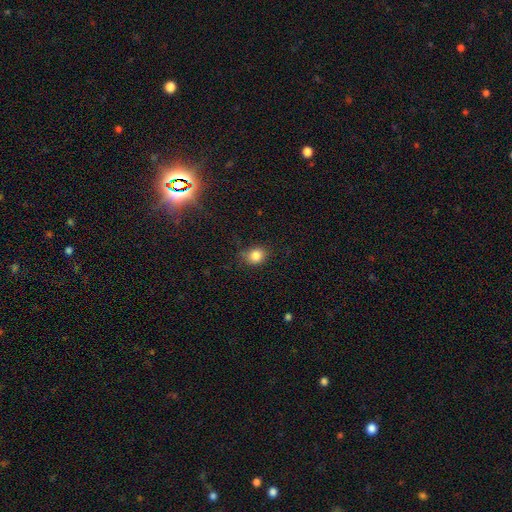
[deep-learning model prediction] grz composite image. It shows a smooth galaxy with no disk features (83%) that is round (67%). Merging: none (74%).